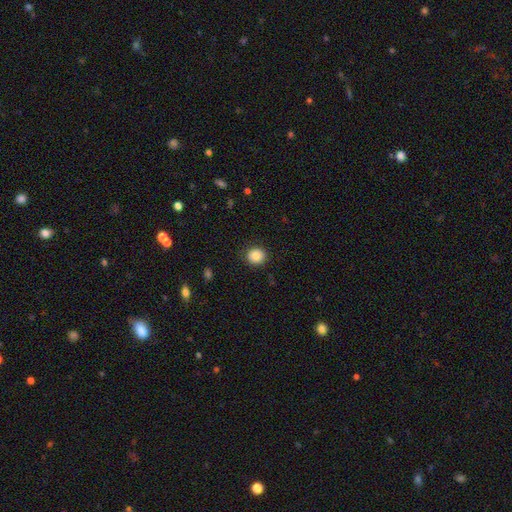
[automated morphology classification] Smooth or featured? Predicted: smooth (p=0.87). How rounded? Predicted: round (p=0.84). Merging? Predicted: none (p=0.88).